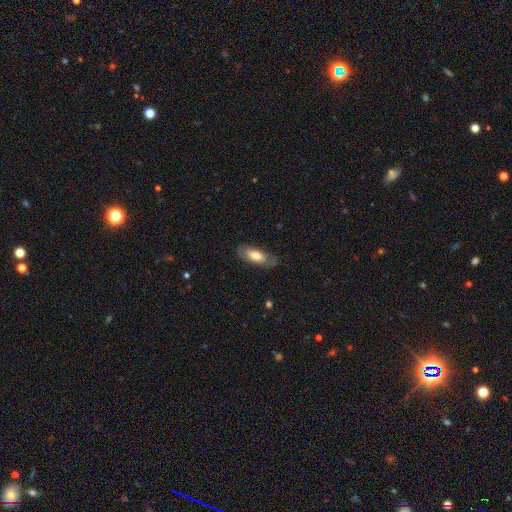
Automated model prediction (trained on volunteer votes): This is likely a smooth galaxy (68%). How rounded: likely in between (78%). Merging: likely none (77%).